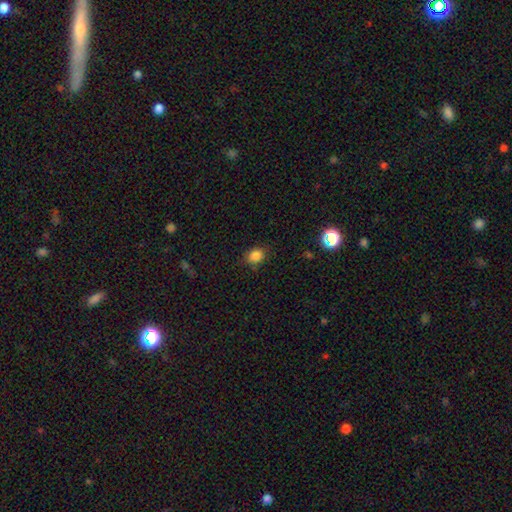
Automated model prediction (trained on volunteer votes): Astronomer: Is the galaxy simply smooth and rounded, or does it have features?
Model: smooth — 83%.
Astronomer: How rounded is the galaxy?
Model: round — 52% (runner-up: in between, 47%).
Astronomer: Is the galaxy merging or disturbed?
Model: none — 81%.